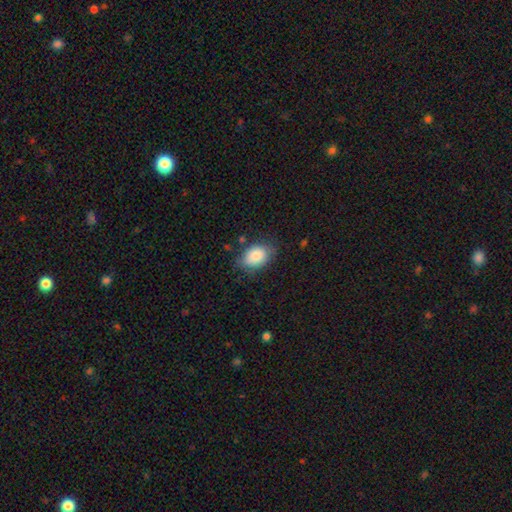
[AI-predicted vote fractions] Q: Smooth or featured?
A: smooth (84%); runner-up: featured or disk (9%)
Q: How rounded?
A: in between (81%); runner-up: round (18%)
Q: Merging?
A: none (72%); runner-up: minor disturbance (21%)